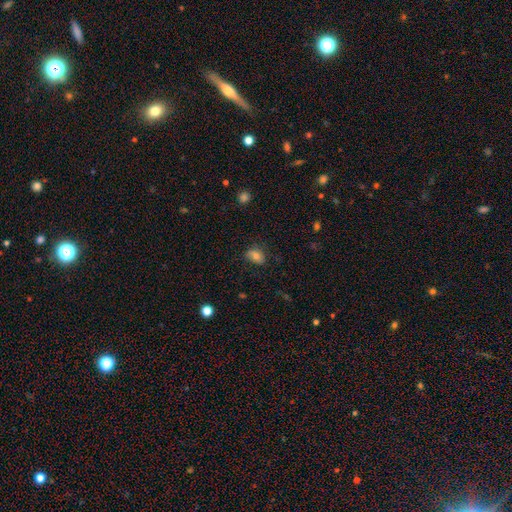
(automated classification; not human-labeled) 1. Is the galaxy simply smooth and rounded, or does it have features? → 76% smooth, 15% featured or disk, 10% star or artifact.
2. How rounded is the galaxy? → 79% in between, 19% round, 2% cigar-shaped.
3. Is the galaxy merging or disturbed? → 71% none, 22% minor disturbance, 6% major disturbance, 1% merger.